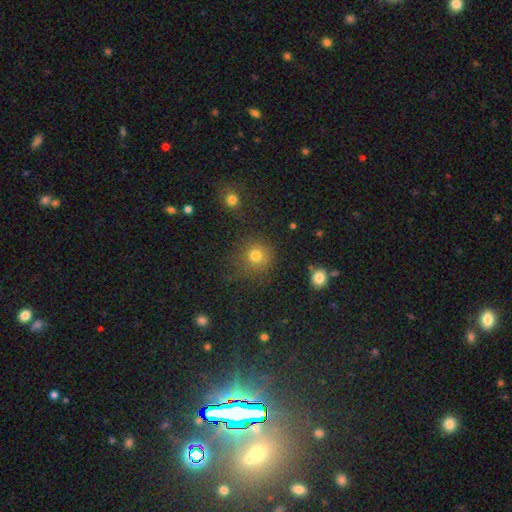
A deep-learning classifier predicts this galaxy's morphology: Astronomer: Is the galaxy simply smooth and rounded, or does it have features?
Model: smooth — 75%.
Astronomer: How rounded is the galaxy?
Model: round — 91%.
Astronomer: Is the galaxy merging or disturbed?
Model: none — 77%.